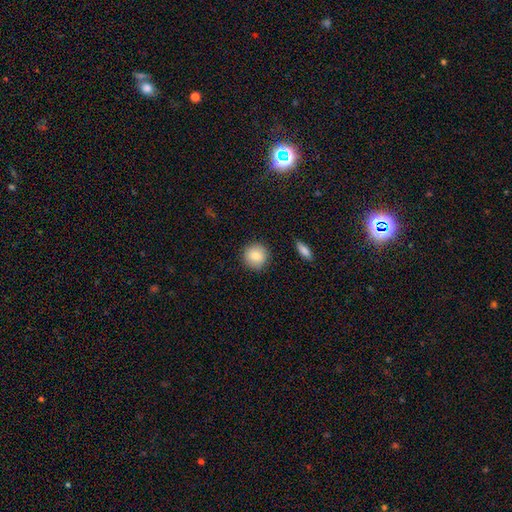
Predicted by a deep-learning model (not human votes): Smooth or featured: smooth — 83% (featured or disk — 9%)
How rounded: round — 93% (in between — 6%)
Merging: none — 90% (minor disturbance — 7%)